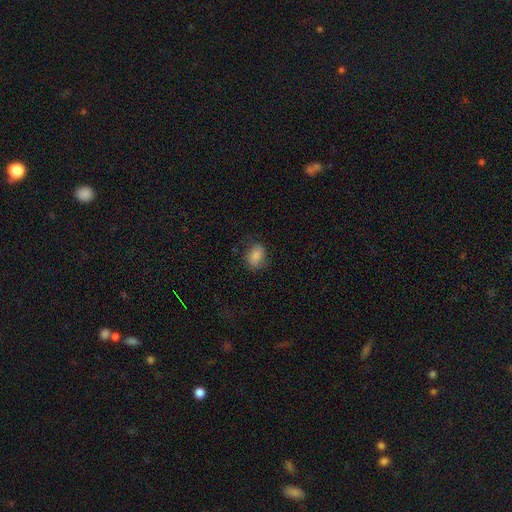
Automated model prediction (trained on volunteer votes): smooth 85%, star or artifact 8%, featured or disk 7%. Down the decision tree: how rounded — in between (78%); merging — none (75%).